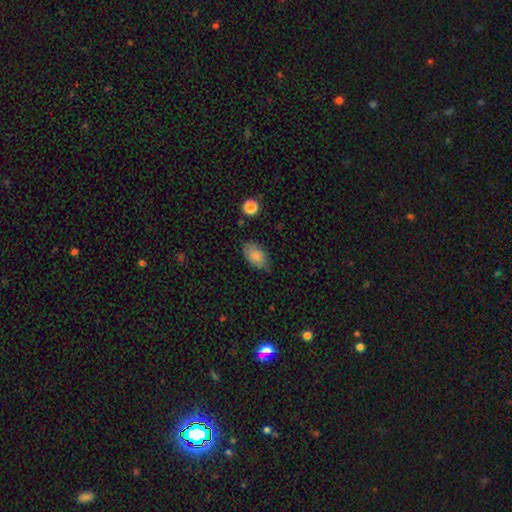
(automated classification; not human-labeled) The model was most divided on "merging": none: 72%, minor disturbance: 22%, major disturbance: 5%, merger: 2%. More confident: how rounded — in between (91%); smooth or featured — smooth (84%).